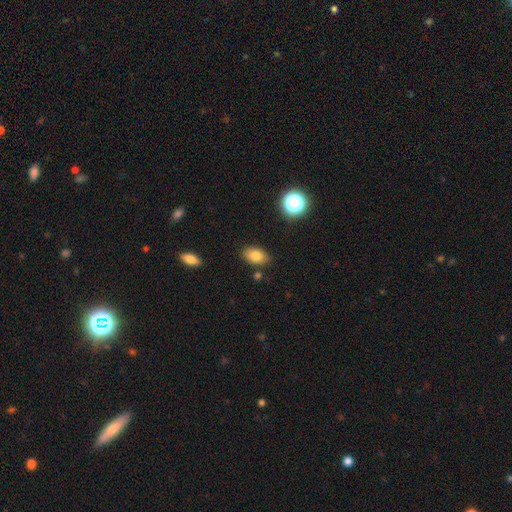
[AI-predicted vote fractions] Overall: smooth (79%). How rounded: in between (87%). Merging: none (83%).